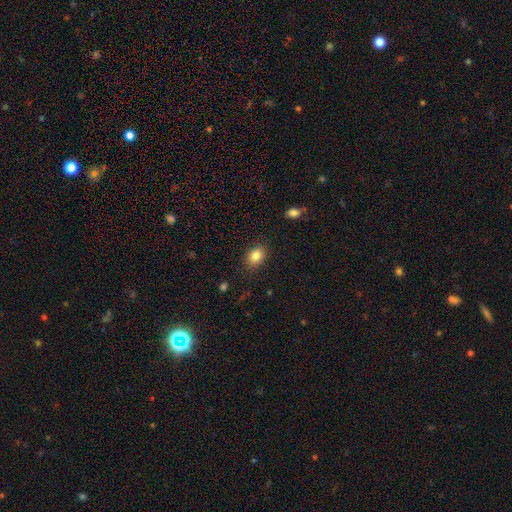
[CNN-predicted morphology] smooth_or_featured: smooth (p=0.85) [alt: star or artifact p=0.09]
how_rounded: in between (p=0.68) [alt: round p=0.31]
merging: none (p=0.84) [alt: minor disturbance p=0.11]